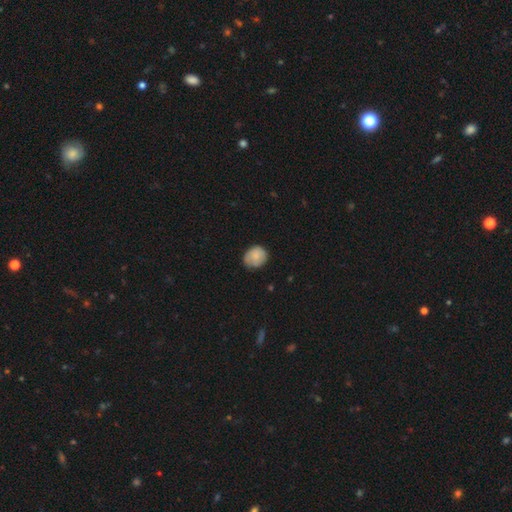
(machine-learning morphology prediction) This is clearly a smooth galaxy (82%). How rounded: likely round (67%). Merging: likely none (73%).